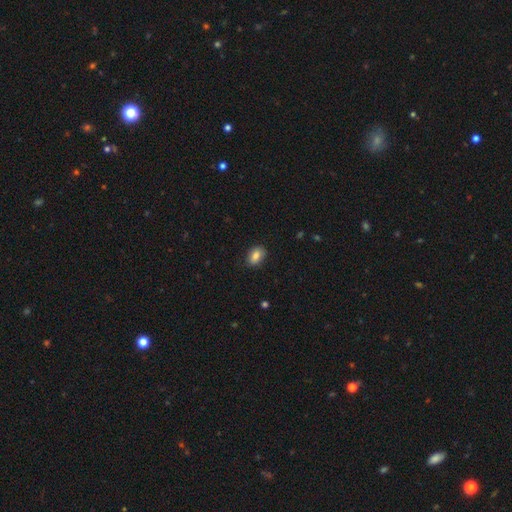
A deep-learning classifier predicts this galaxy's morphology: Q: Smooth or featured?
A: smooth (82%); runner-up: featured or disk (10%)
Q: How rounded?
A: in between (82%); runner-up: round (16%)
Q: Merging?
A: none (84%); runner-up: minor disturbance (13%)